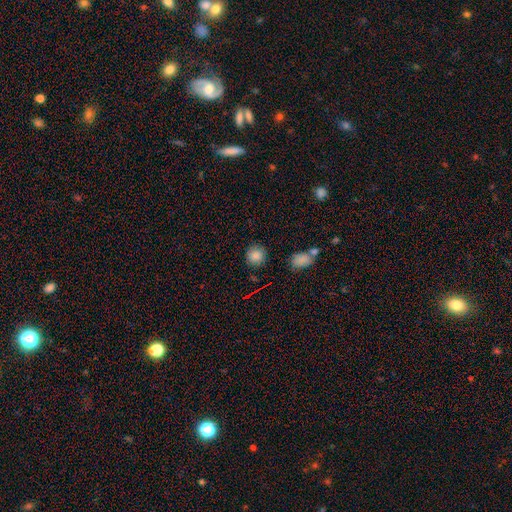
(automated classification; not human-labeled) Q: Smooth or featured?
A: smooth (82%); runner-up: star or artifact (12%)
Q: How rounded?
A: round (90%); runner-up: in between (8%)
Q: Merging?
A: none (86%); runner-up: minor disturbance (9%)